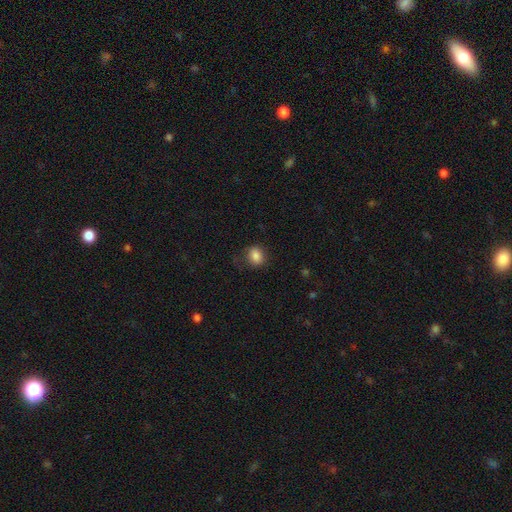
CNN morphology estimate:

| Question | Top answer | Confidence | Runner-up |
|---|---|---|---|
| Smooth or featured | smooth | 84% | star or artifact (10%) |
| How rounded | round | 56% | in between (43%) |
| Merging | none | 76% | minor disturbance (16%) |